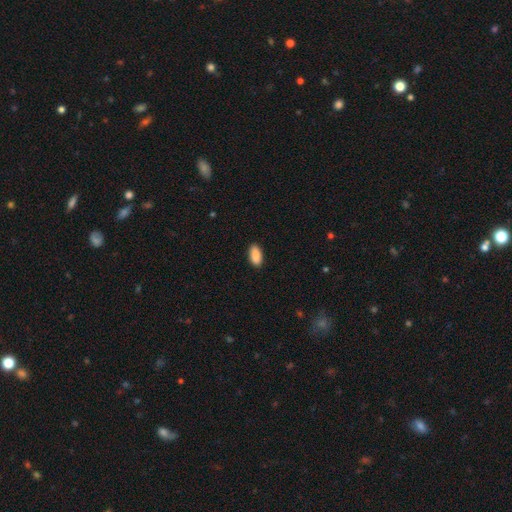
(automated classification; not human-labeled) Morphology: type=smooth (90%); roundness=in between (90%); merging=none (86%).